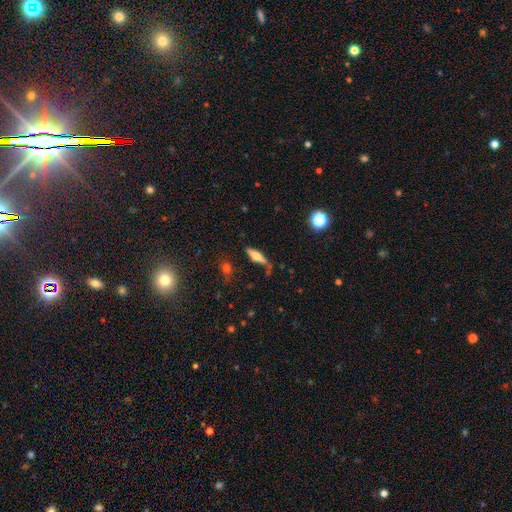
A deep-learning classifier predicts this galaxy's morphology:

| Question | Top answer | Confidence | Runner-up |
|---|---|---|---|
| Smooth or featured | smooth | 53% | featured or disk (38%) |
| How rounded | cigar-shaped | 67% | in between (30%) |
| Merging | none | 59% | minor disturbance (24%) |